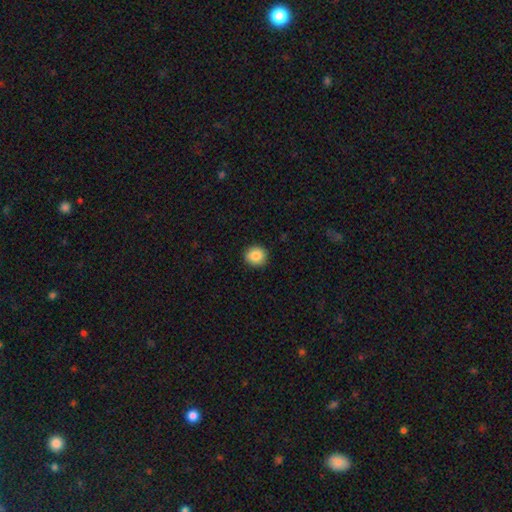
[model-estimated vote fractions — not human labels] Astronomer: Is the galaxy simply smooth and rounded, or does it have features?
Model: smooth — 86%.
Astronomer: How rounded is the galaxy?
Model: round — 86%.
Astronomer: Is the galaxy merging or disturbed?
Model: none — 90%.